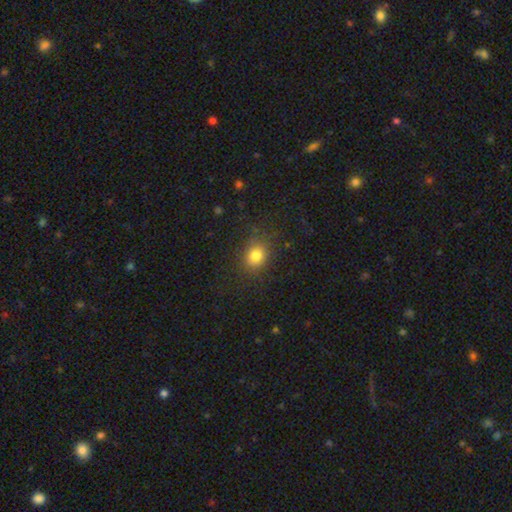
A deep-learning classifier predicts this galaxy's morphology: A smooth galaxy with no disk features (79%) that is round (64%).

Vote fractions:
- Smooth or featured? smooth: 79% / star or artifact: 14% / featured or disk: 7%
- How rounded? round: 64% / in between: 35% / cigar-shaped: 1%
- Merging? none: 84% / minor disturbance: 10% / major disturbance: 4% / merger: 1%